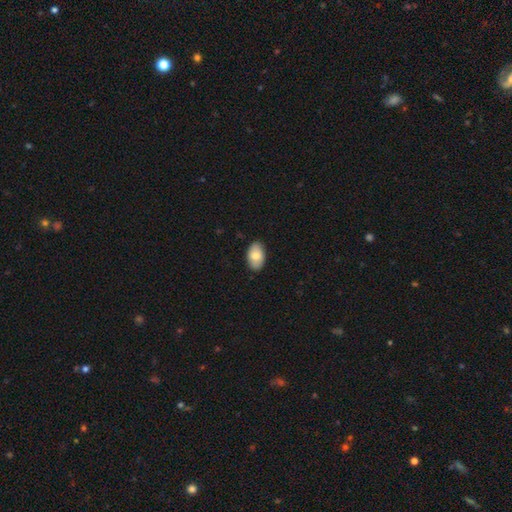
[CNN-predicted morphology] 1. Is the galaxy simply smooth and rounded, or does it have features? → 80% smooth, 13% featured or disk, 6% star or artifact.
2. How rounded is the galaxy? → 93% in between, 5% round, 1% cigar-shaped.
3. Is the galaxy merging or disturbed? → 87% none, 10% minor disturbance, 2% major disturbance, 1% merger.